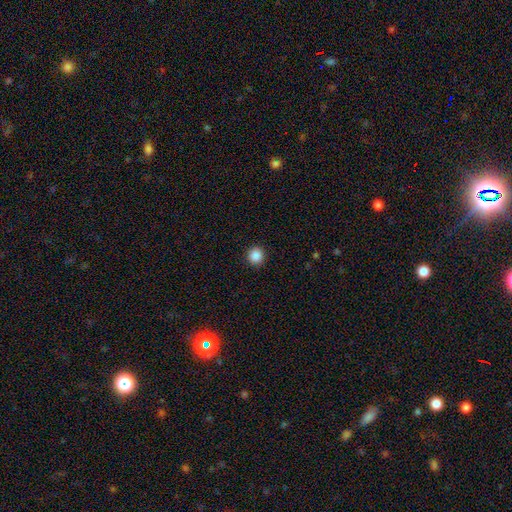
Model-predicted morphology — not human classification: type=smooth (87%); roundness=round (93%); merging=none (92%).